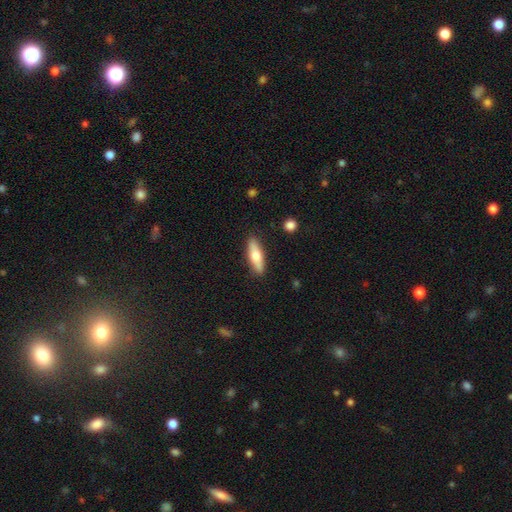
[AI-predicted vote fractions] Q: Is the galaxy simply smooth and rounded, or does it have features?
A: smooth — 61%.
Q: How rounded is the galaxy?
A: cigar-shaped — 55%.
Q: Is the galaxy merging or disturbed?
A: none — 88%.